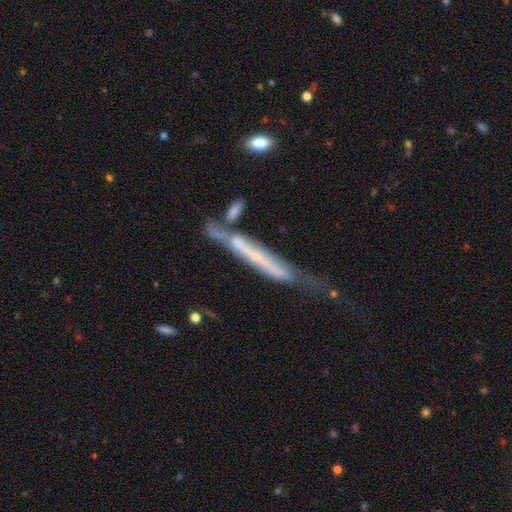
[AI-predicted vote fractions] This is possibly a featured or disk galaxy (60%). It is likely viewed edge-on (80%). Merging: marginally none (34%).